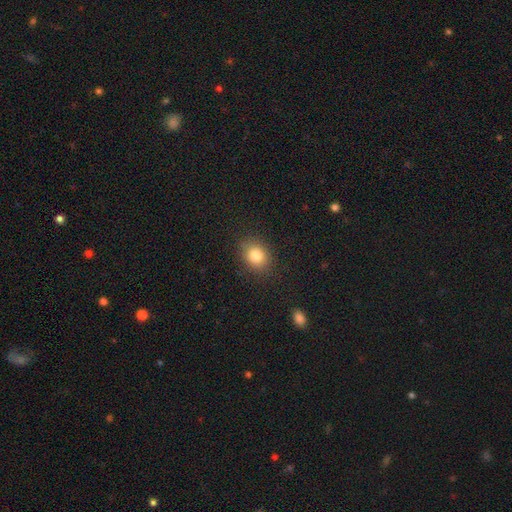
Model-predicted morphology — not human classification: type=smooth (82%); roundness=round (54%); merging=none (86%).